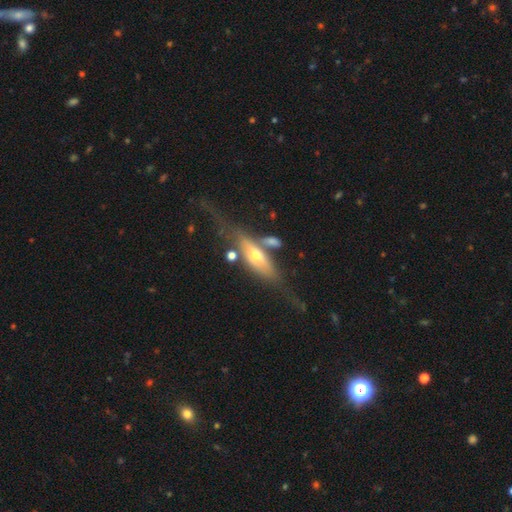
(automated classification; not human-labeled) featured or disk 56%, smooth 37%, star or artifact 7%. Down the decision tree: edge-on disk — yes (72%); merging — none (44%).